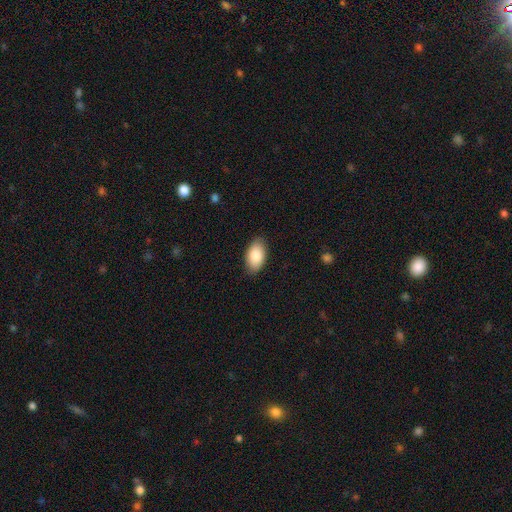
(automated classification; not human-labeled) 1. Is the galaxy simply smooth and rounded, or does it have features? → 86% smooth, 8% featured or disk, 6% star or artifact.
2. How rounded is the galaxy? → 94% in between, 5% round, 2% cigar-shaped.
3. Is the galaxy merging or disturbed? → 85% none, 12% minor disturbance, 2% major disturbance, 1% merger.